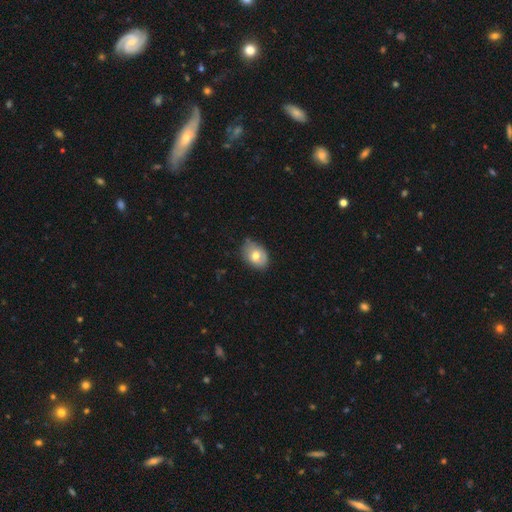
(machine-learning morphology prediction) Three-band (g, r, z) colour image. It shows a smooth galaxy with no disk features (70%) that is in between round and cigar-shaped (76%). Merging: none (67%).